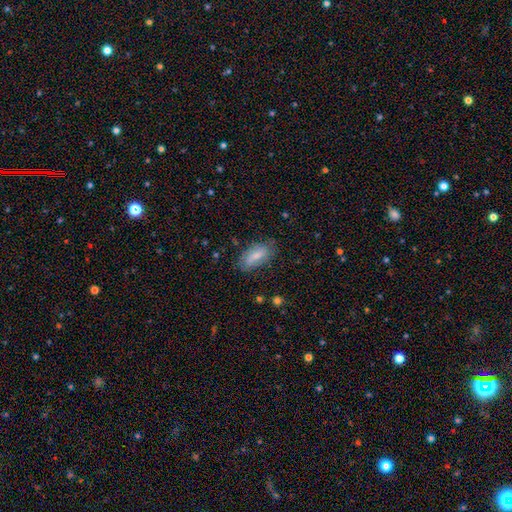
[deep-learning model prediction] Smooth or featured? Predicted: smooth (p=0.68). How rounded? Predicted: in between (p=0.86). Merging? Predicted: none (p=0.75).